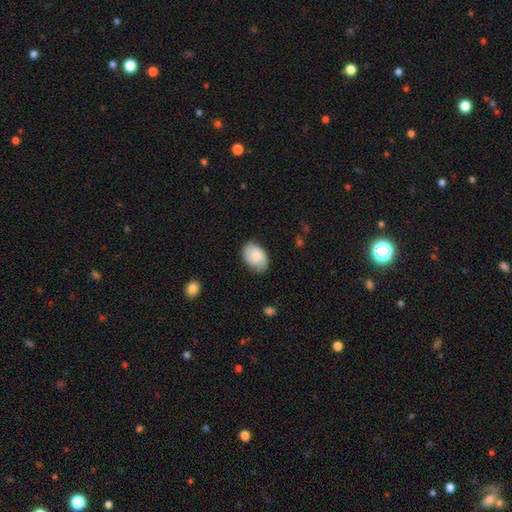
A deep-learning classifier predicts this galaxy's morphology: A smooth galaxy with no disk features (64%) that is in between round and cigar-shaped (82%). Merging: none (74%).